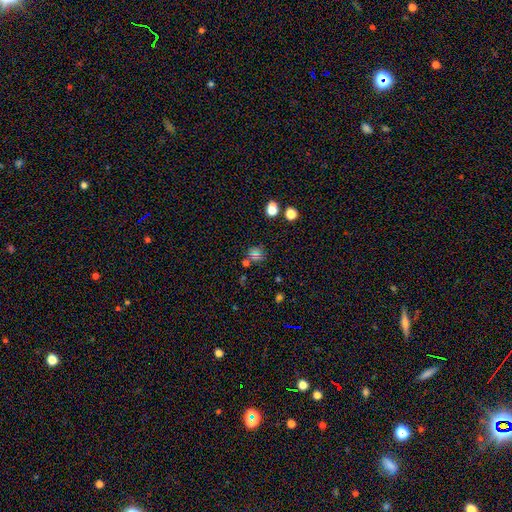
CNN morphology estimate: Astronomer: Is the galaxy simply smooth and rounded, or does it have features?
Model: smooth — 63%.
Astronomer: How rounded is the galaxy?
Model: round — 87%.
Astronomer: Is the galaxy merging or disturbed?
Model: none — 72%.